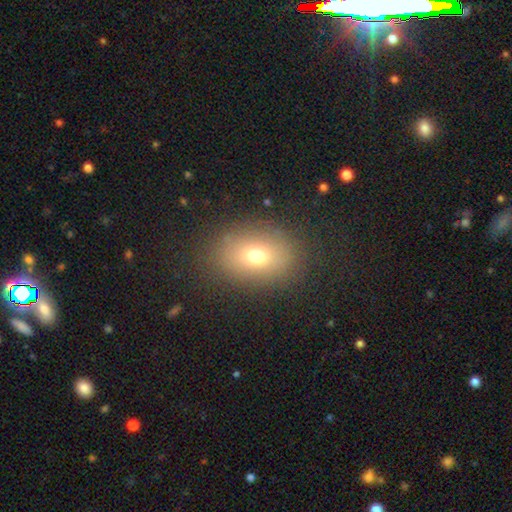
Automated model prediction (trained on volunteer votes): Smooth or featured? Predicted: smooth (p=0.71). How rounded? Predicted: in between (p=0.70). Merging? Predicted: none (p=0.85).